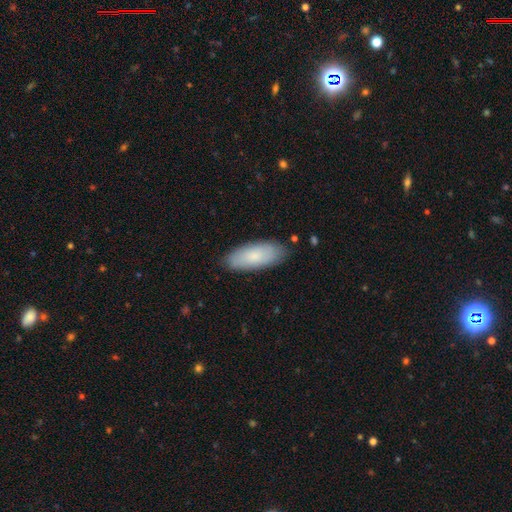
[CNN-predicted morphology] The model was most divided on "how rounded": in between: 80%, cigar-shaped: 18%, round: 2%. More confident: merging — none (84%); smooth or featured — smooth (81%).